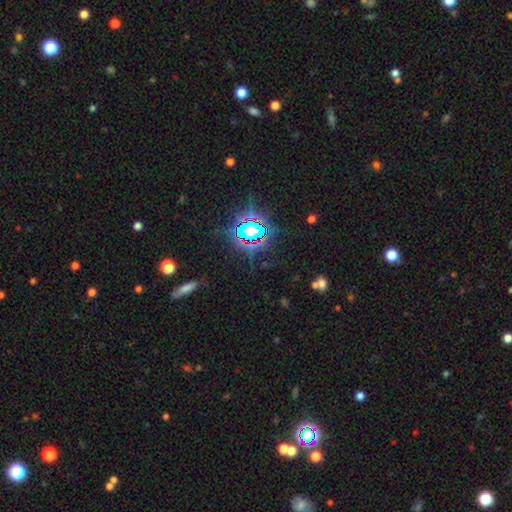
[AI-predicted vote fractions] This is clearly a star or artifact rather than a galaxy (81%).